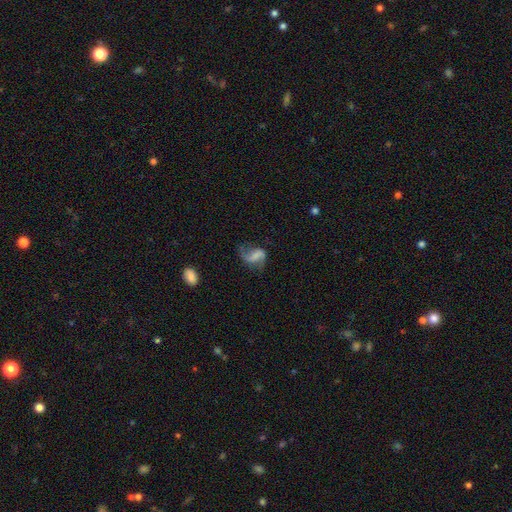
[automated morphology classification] smooth-or-featured: featured or disk: 73% | smooth: 19% | star or artifact: 8%
  disk-edge-on: no: 97% | yes: 3%
    bar: weak: 41% | strong: 35% | no: 25%
    has-spiral-arms: yes: 92% | no: 8%
      spiral-winding: loose: 70% | medium: 24% | tight: 6%
      spiral-arm-count: 2: 85% | 1: 9% | can't tell: 3% | 3: 1% | 4: 1% | more than 4: 1%
    bulge-size: none: 57% | small: 24% | moderate: 13% | large: 5% | dominant: 2%
  merging: none: 58% | minor disturbance: 21% | major disturbance: 18% | merger: 3%